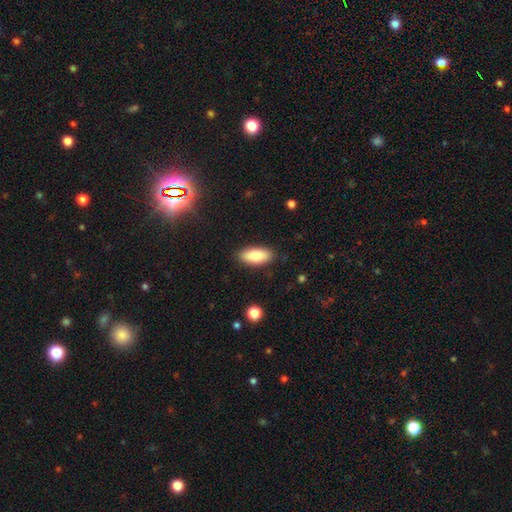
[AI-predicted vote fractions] A smooth galaxy with no disk features (81%) that is in between round and cigar-shaped (87%). Merging: none (88%).